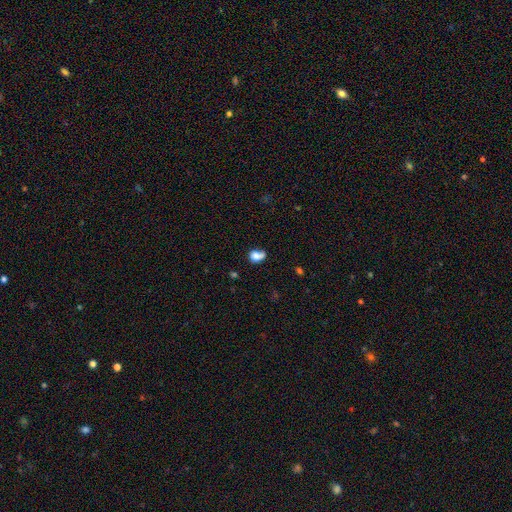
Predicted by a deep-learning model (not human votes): This is likely a smooth galaxy (76%). How rounded: possibly in between (52%). Merging: marginally none (36%).